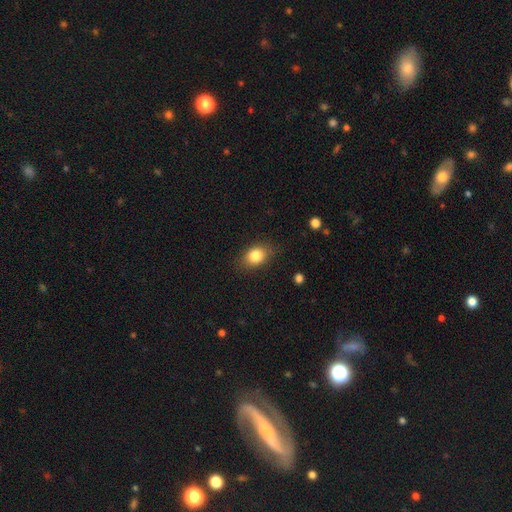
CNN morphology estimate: Overall: smooth (82%). How rounded: in between (67%; round 31%). Merging: none (81%).